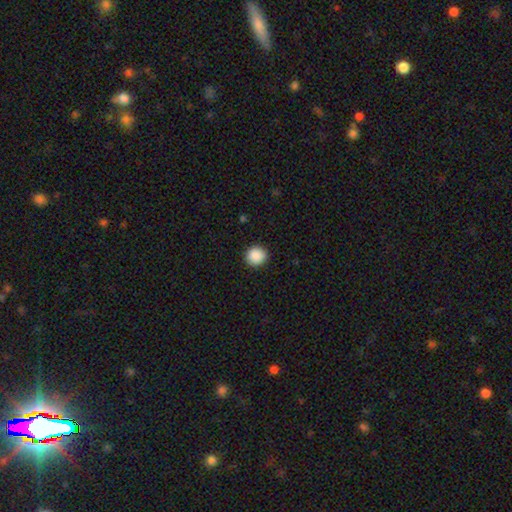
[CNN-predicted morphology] type=smooth (90%); roundness=round (92%); merging=none (92%).